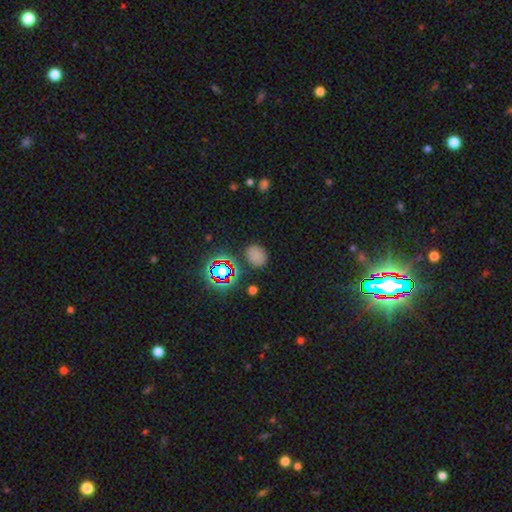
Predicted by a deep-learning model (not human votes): This is likely a smooth galaxy (67%). How rounded: possibly in between (55%). Merging: likely none (79%).